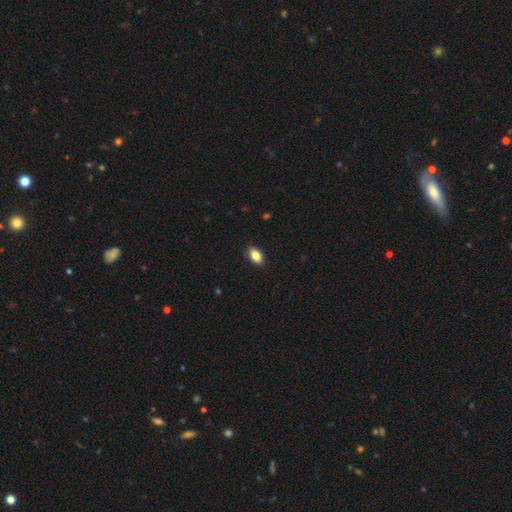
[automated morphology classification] Smooth or featured? smooth (83%)
How rounded? in between (89%)
Merging? none (88%)